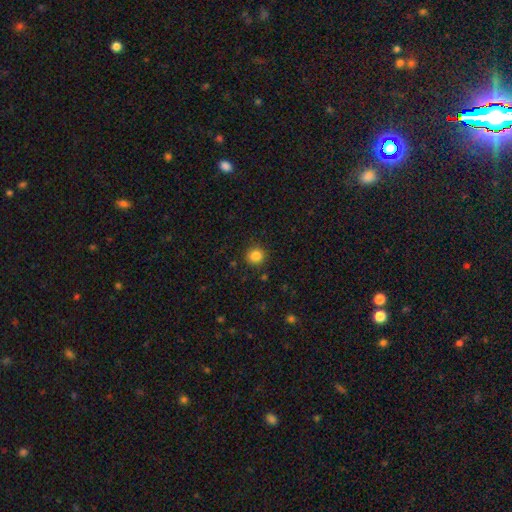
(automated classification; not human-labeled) Q: Smooth or featured?
A: smooth (85%); runner-up: star or artifact (11%)
Q: How rounded?
A: round (92%); runner-up: in between (7%)
Q: Merging?
A: none (90%); runner-up: minor disturbance (7%)